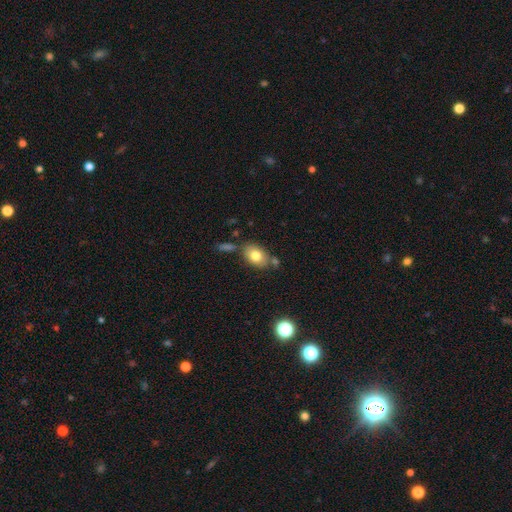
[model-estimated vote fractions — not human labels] smooth 78%, featured or disk 14%, star or artifact 8%. Down the decision tree: how rounded — in between (78%); merging — none (68%).